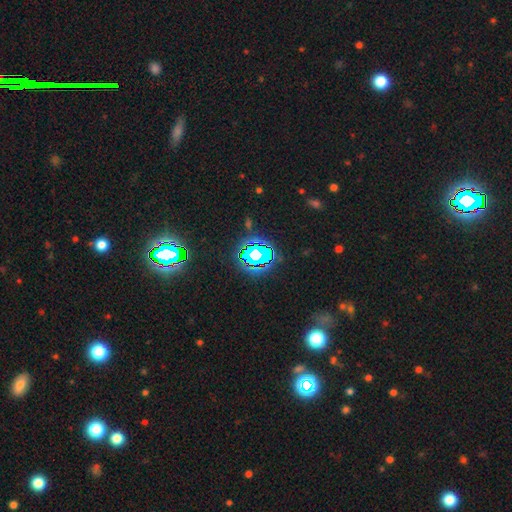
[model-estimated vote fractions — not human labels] The model was most divided on "smooth or featured": star or artifact: 78%, smooth: 13%, featured or disk: 8%.